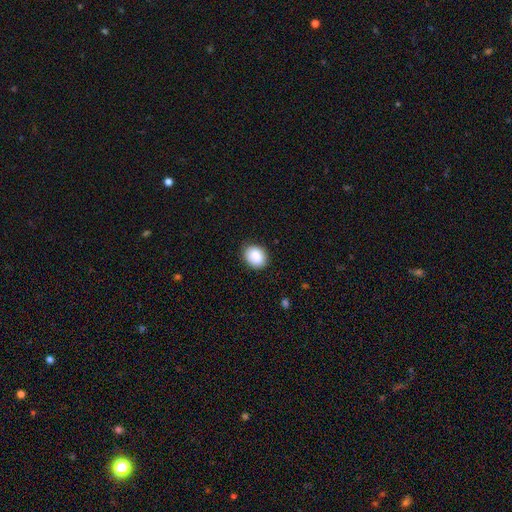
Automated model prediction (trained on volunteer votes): Smooth or featured? Predicted: smooth (p=0.86). How rounded? Predicted: in between (p=0.59). Merging? Predicted: none (p=0.82).